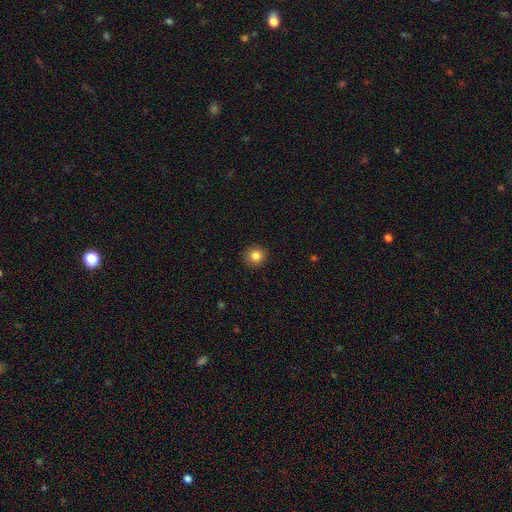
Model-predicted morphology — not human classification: Smooth or featured?
  - smooth: 84% *
  - star or artifact: 11%
  - featured or disk: 5%
How rounded?
  - round: 92% *
  - in between: 7%
  - cigar-shaped: 1%
Merging?
  - none: 92% *
  - minor disturbance: 5%
  - major disturbance: 2%
  - merger: 1%